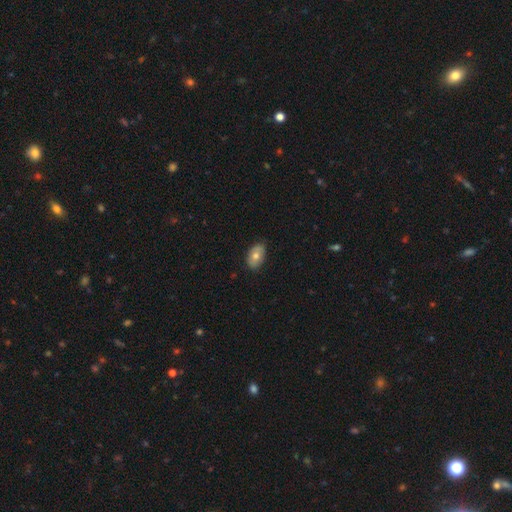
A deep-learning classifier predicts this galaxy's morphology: A smooth galaxy with no disk features (70%) that is in between round and cigar-shaped (91%). Merging: none (80%).